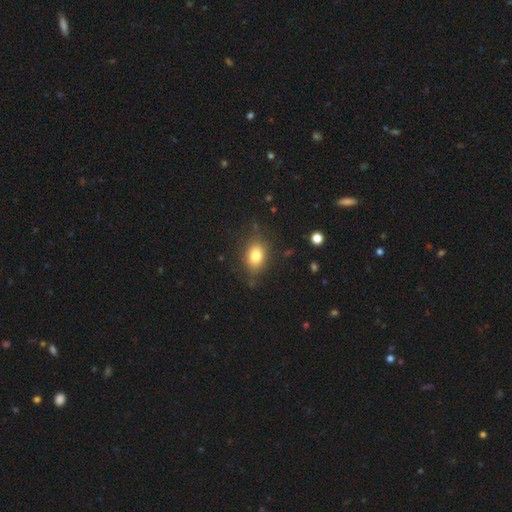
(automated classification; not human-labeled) A smooth galaxy with no disk features (79%) that is in between round and cigar-shaped (75%). Merging: none (77%).